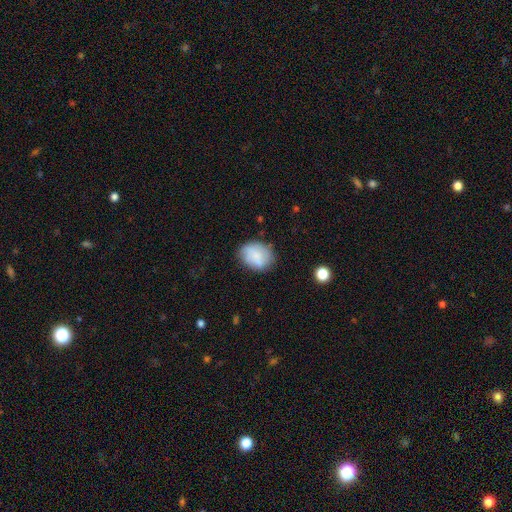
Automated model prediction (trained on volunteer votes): smooth-or-featured: smooth: 76% | featured or disk: 16% | star or artifact: 8%
  how-rounded: in between: 58% | round: 41% | cigar-shaped: 1%
  merging: none: 69% | minor disturbance: 23% | major disturbance: 7% | merger: 2%